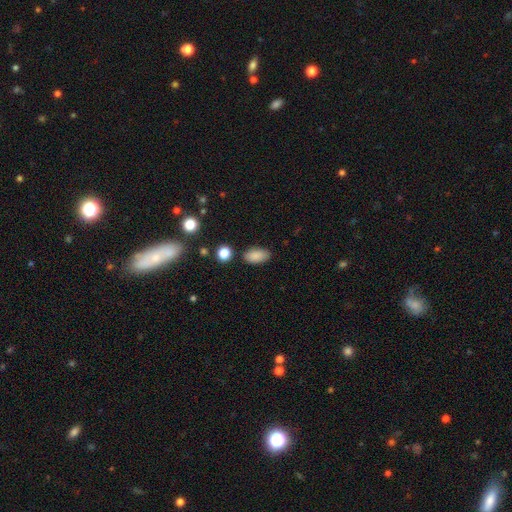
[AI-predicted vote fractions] Overall: smooth (87%). How rounded: in between (92%). Merging: none (83%).